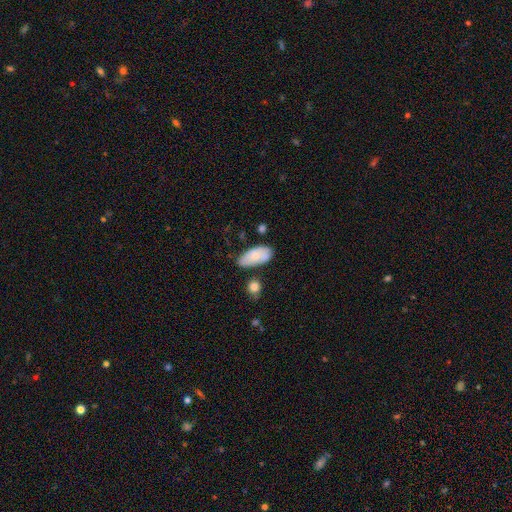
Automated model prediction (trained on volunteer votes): This appears to be a smooth galaxy with no disk features (72%) that is in between round and cigar-shaped (92%). Merging: none (62%).